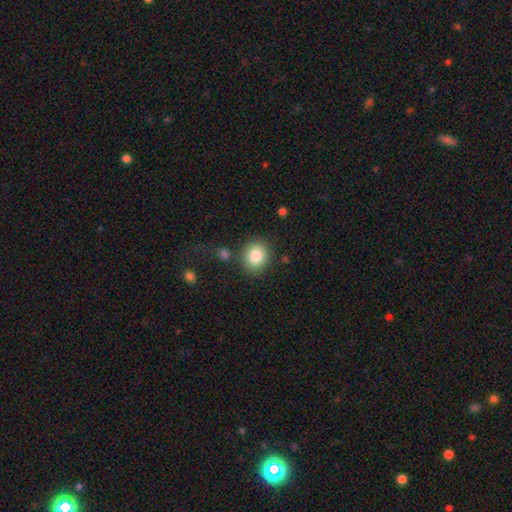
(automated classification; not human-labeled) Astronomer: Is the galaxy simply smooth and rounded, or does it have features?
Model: smooth — 84%.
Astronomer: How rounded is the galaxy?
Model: round — 78%.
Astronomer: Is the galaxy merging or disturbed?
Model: none — 82%.